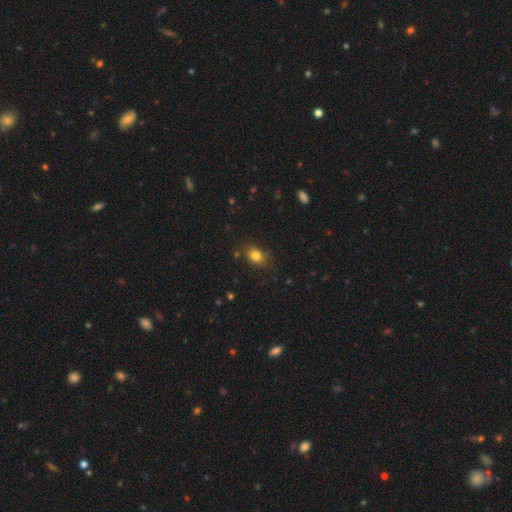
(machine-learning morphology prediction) Smooth or featured?
  - smooth: 81% *
  - star or artifact: 12%
  - featured or disk: 7%
How rounded?
  - in between: 59% *
  - round: 39%
  - cigar-shaped: 1%
Merging?
  - none: 81% *
  - minor disturbance: 13%
  - major disturbance: 4%
  - merger: 2%